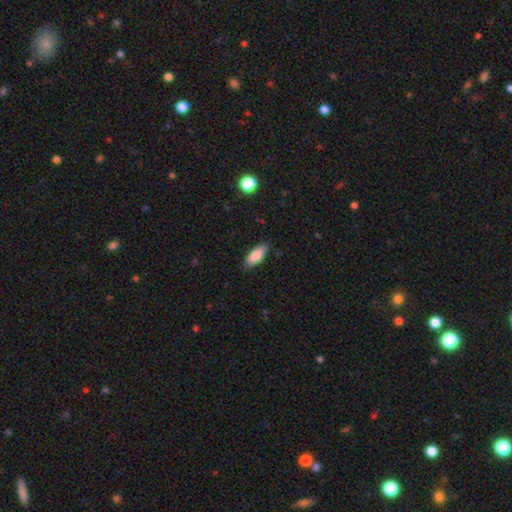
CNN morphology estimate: smooth 85%, featured or disk 9%, star or artifact 7%. Down the decision tree: how rounded — in between (79%); merging — none (82%).